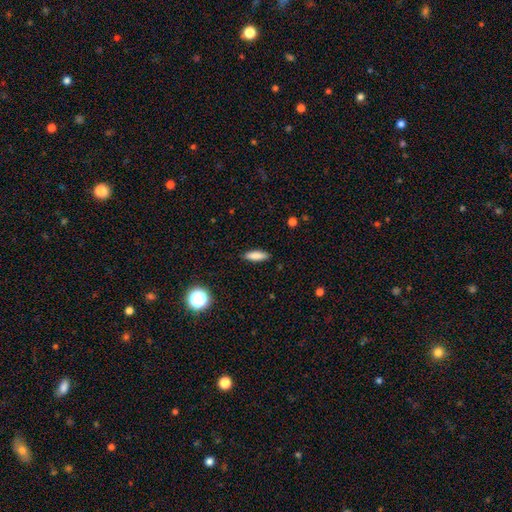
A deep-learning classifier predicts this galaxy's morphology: The model was most divided on "how rounded": cigar-shaped: 50%, in between: 48%, round: 3%. More confident: merging — none (87%); smooth or featured — smooth (82%).